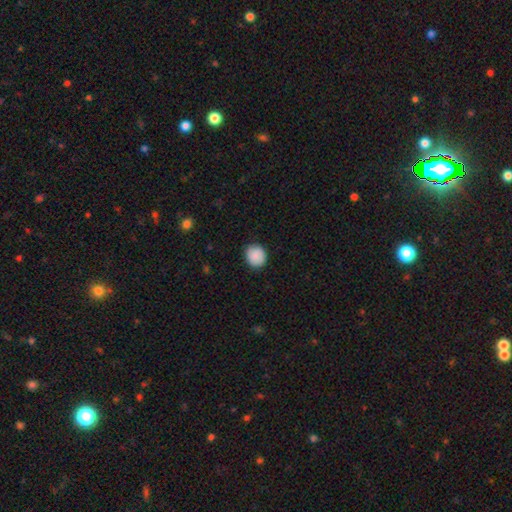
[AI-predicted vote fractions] This is clearly a smooth galaxy (88%). How rounded: clearly round (82%). Merging: clearly none (87%).